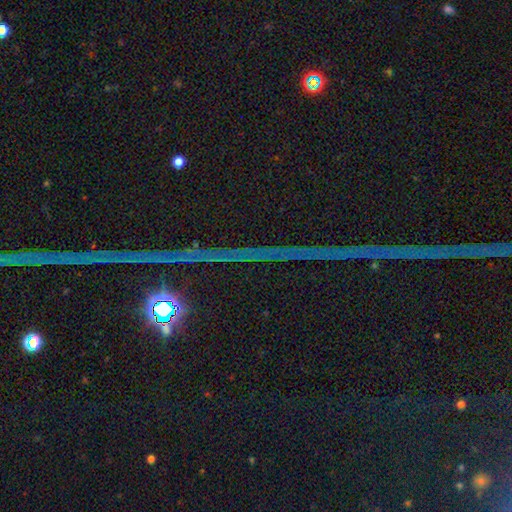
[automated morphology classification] This is clearly a star or artifact rather than a galaxy (83%).